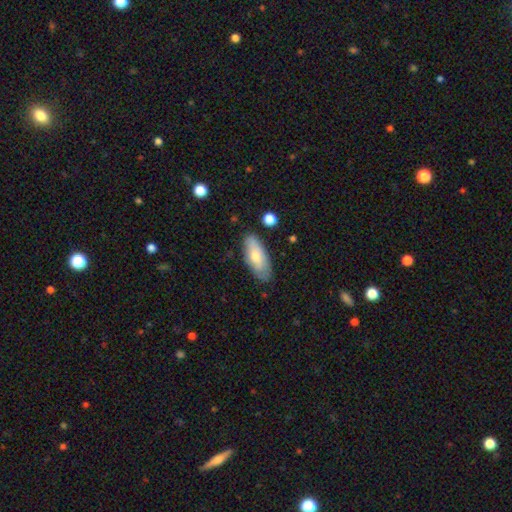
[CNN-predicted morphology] Smooth or featured? Predicted: smooth (p=0.69). How rounded? Predicted: in between (p=0.80). Merging? Predicted: none (p=0.81).